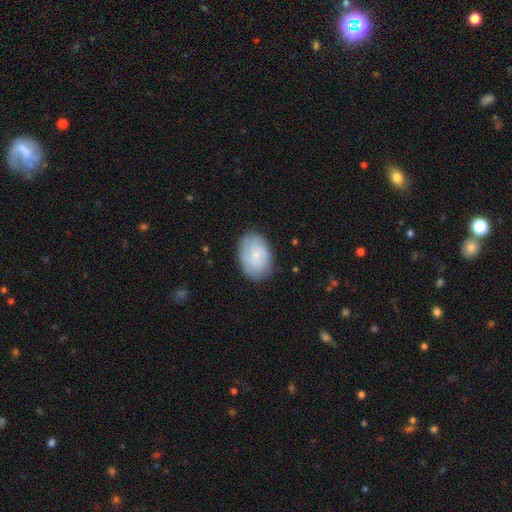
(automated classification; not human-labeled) This is possibly a smooth galaxy (58%). How rounded: likely in between (79%). Merging: likely none (78%).